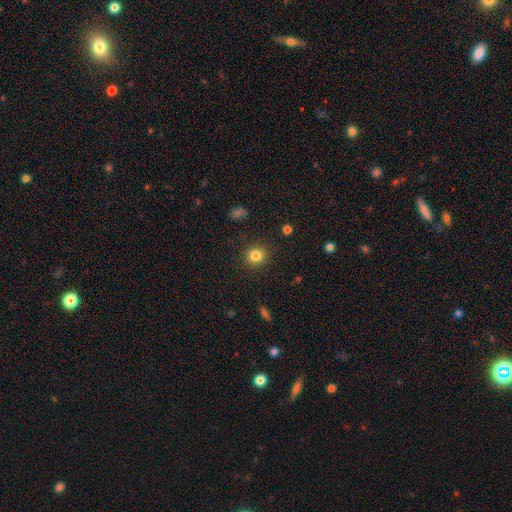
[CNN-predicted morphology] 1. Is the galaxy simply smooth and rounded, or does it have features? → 83% smooth, 12% star or artifact, 5% featured or disk.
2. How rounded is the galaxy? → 89% round, 10% in between, 1% cigar-shaped.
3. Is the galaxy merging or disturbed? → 90% none, 7% minor disturbance, 2% major disturbance, 1% merger.